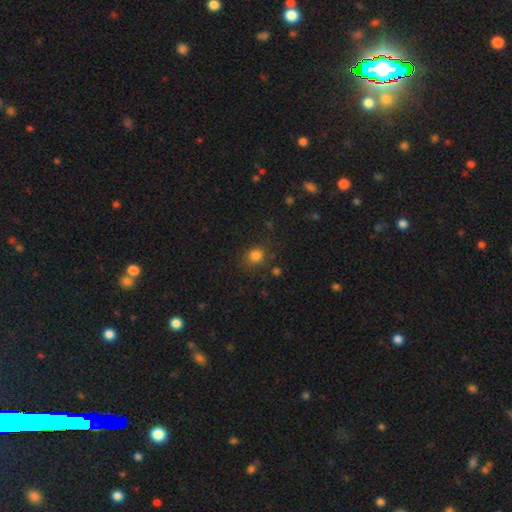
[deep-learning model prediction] Q: Smooth or featured?
A: smooth (82%); runner-up: star or artifact (13%)
Q: How rounded?
A: round (81%); runner-up: in between (18%)
Q: Merging?
A: none (78%); runner-up: minor disturbance (14%)